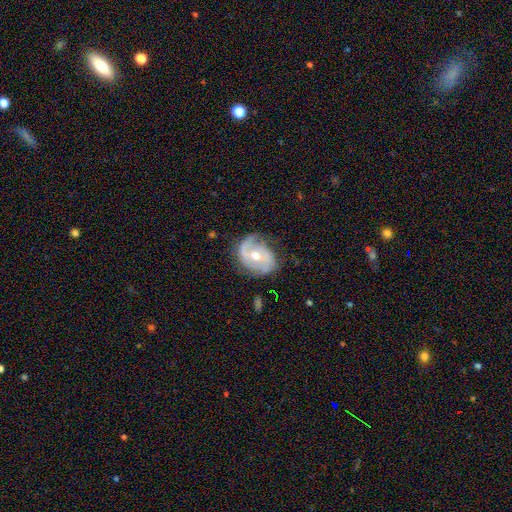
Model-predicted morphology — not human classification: This is clearly a featured or disk galaxy (82%). It is clearly not viewed edge-on (97%). Bar: possibly no (53%). Spiral arm pattern: clearly yes (92%). Spiral arm count: likely 2 (65%). Spiral winding: marginally medium (41%). Central bulge: likely moderate (67%). Merging: likely none (62%).